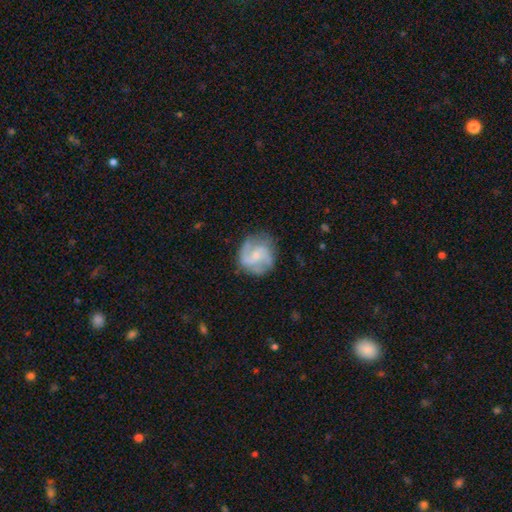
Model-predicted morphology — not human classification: featured or disk 75%, smooth 19%, star or artifact 6%. Down the decision tree: edge-on disk — no (98%); bar — weak (46%); spiral arms — yes (92%); spiral arm count — 2 (68%); spiral winding — medium (50%); bulge size — small (63%); merging — none (73%).